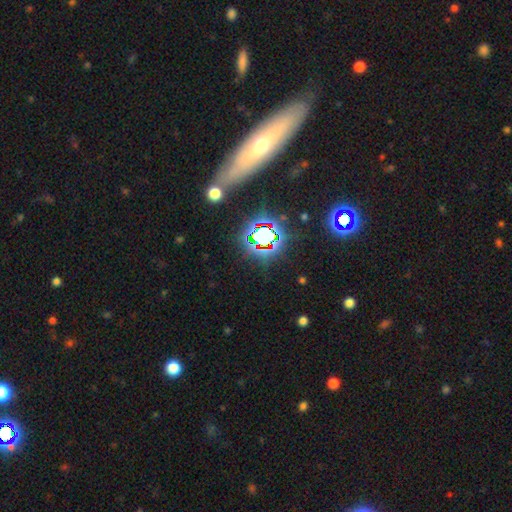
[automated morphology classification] Smooth or featured: featured or disk — 38% (smooth — 32%)
Merging: none — 84% (minor disturbance — 9%)